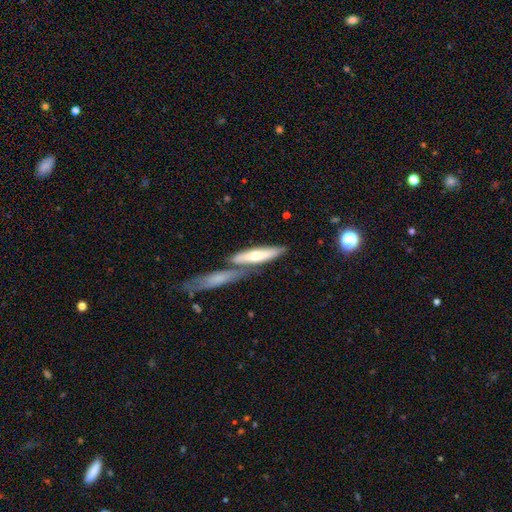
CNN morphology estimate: smooth-or-featured: smooth: 56% | featured or disk: 38% | star or artifact: 6%
  how-rounded: cigar-shaped: 76% | in between: 22% | round: 2%
  merging: none: 47% | merger: 37% | minor disturbance: 12% | major disturbance: 4%